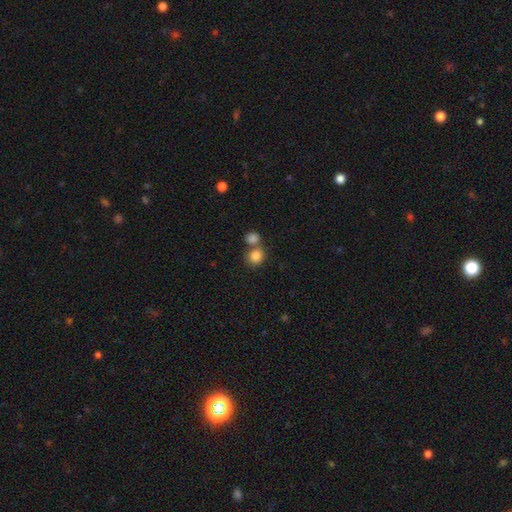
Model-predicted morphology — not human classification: smooth 84%, star or artifact 10%, featured or disk 6%. Down the decision tree: how rounded — round (76%); merging — none (49%).